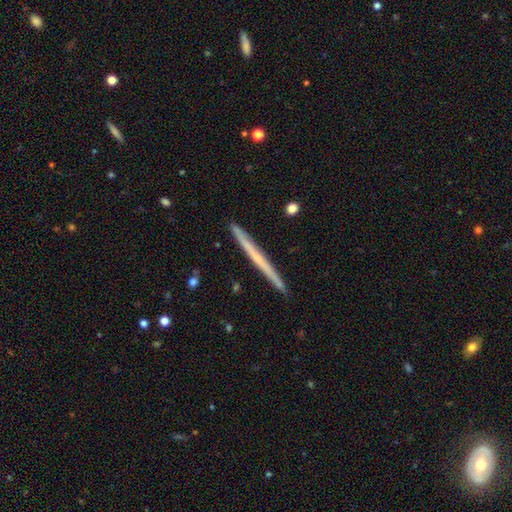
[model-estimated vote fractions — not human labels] featured or disk 54%, smooth 41%, star or artifact 6%. Down the decision tree: edge-on disk — yes (98%); edge-on bulge — none (85%); merging — none (92%).